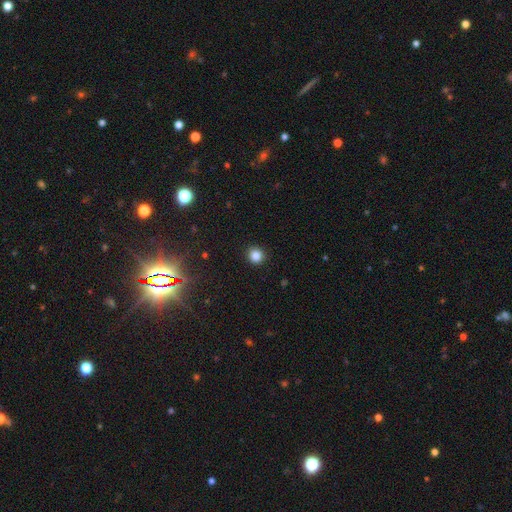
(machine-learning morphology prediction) smooth_or_featured: smooth (p=0.85) [alt: star or artifact p=0.12]
how_rounded: round (p=0.92) [alt: in between p=0.07]
merging: none (p=0.92) [alt: minor disturbance p=0.05]